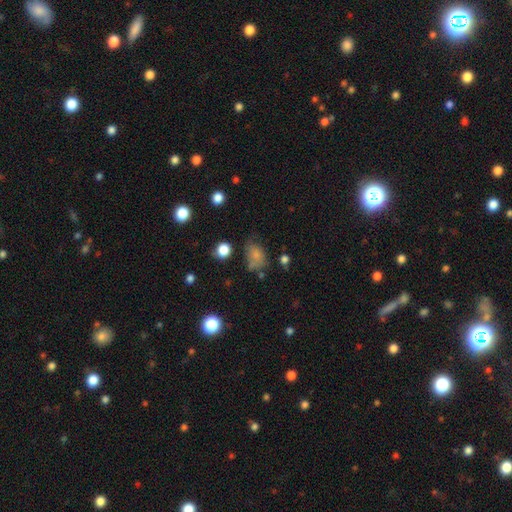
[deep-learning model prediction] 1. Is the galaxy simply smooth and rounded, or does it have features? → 74% smooth, 14% star or artifact, 13% featured or disk.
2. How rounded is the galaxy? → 72% in between, 27% round, 1% cigar-shaped.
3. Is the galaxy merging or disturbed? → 42% none, 33% minor disturbance, 19% major disturbance, 7% merger.